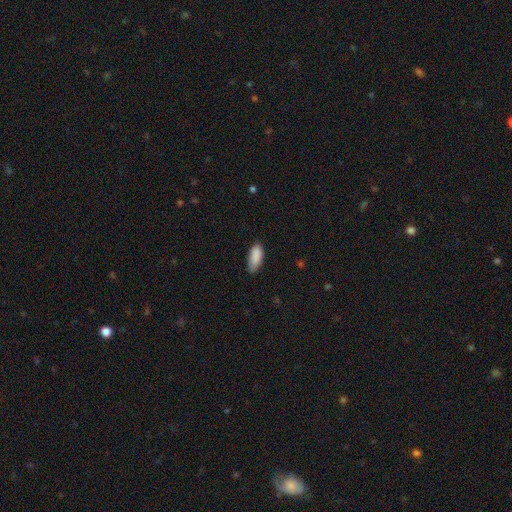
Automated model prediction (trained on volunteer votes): Overall: smooth (89%). How rounded: in between (84%). Merging: none (75%).